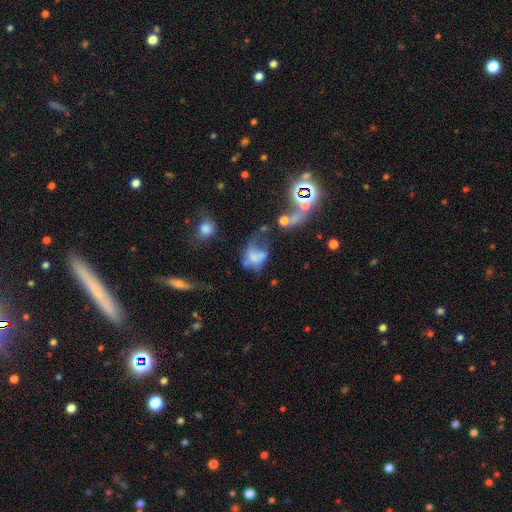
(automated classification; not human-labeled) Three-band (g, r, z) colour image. It shows a smooth galaxy with no disk features (52%) that is in between round and cigar-shaped (69%). Merging: major disturbance (40%).